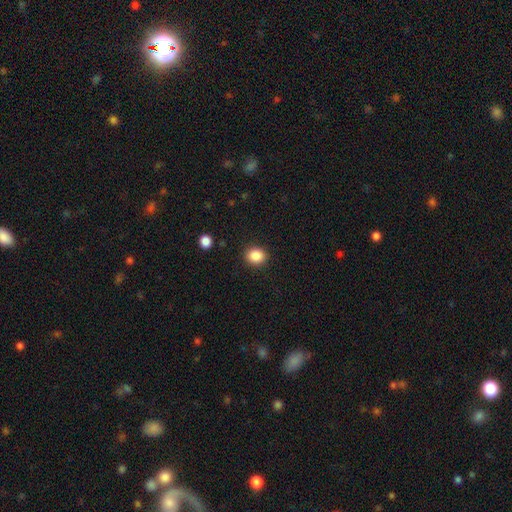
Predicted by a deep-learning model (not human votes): A smooth galaxy with no disk features (88%) that is round (63%).

Vote fractions:
- Smooth or featured? smooth: 88% / star or artifact: 9% / featured or disk: 3%
- How rounded? round: 63% / in between: 36% / cigar-shaped: 1%
- Merging? none: 90% / minor disturbance: 7% / major disturbance: 2% / merger: 1%